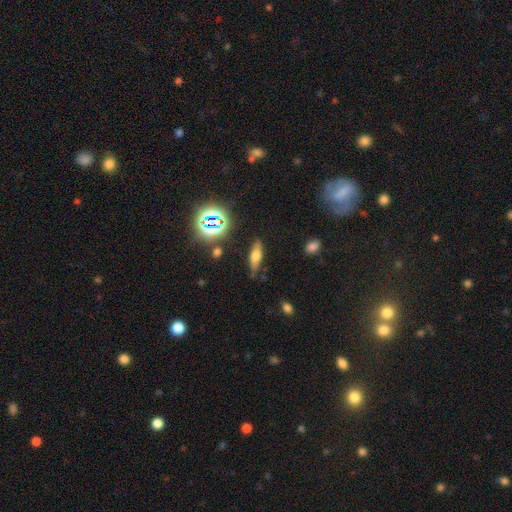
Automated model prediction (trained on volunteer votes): Smooth or featured: smooth — 49% (featured or disk — 36%)
Merging: none — 81% (minor disturbance — 12%)